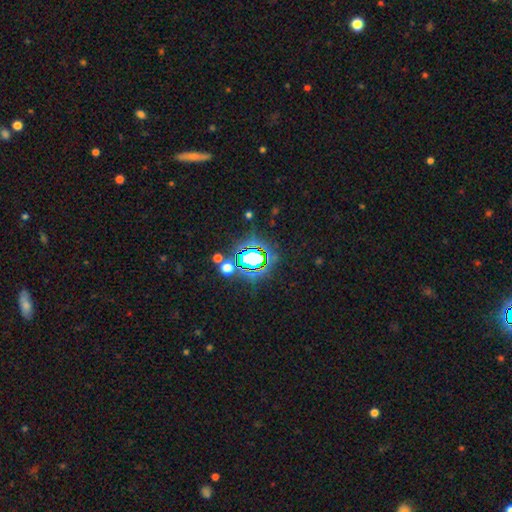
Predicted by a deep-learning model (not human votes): star or artifact 69%, smooth 20%, featured or disk 11%.